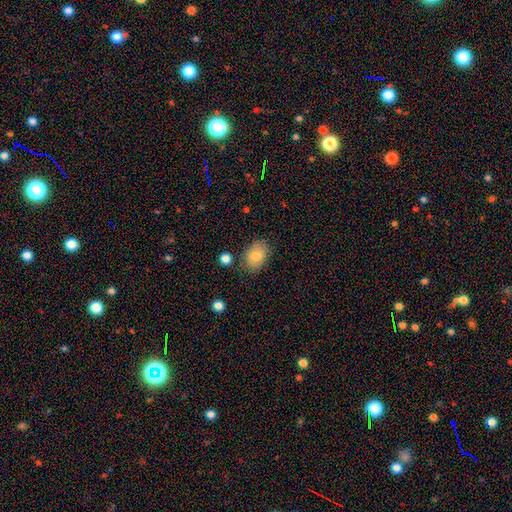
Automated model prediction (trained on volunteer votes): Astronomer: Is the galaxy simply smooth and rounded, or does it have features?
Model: smooth — 80%.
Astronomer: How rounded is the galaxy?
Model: in between — 82%.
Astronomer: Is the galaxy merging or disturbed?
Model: none — 80%.